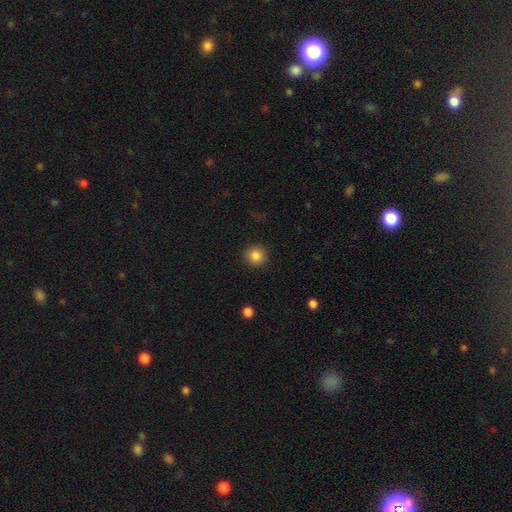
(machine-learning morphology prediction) A smooth galaxy with no disk features (86%) that is round (94%). Merging: none (91%).